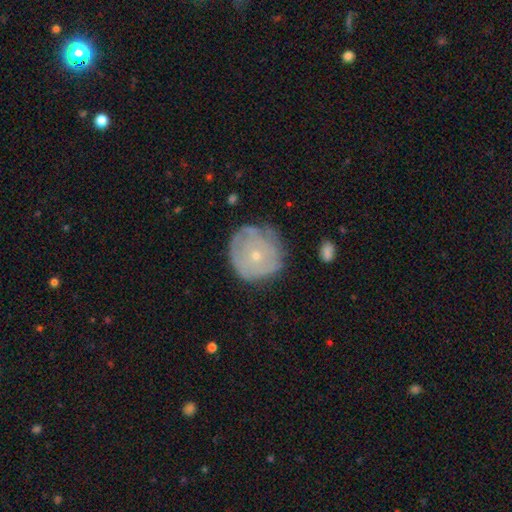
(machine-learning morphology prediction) smooth-or-featured: featured or disk: 53% | smooth: 39% | star or artifact: 8%
  disk-edge-on: no: 96% | yes: 4%
    bar: no: 89% | weak: 9% | strong: 2%
    has-spiral-arms: yes: 52% | no: 48%
    bulge-size: small: 74% | moderate: 23% | none: 1% | large: 1% | dominant: 1%
  merging: none: 68% | minor disturbance: 23% | major disturbance: 8% | merger: 2%